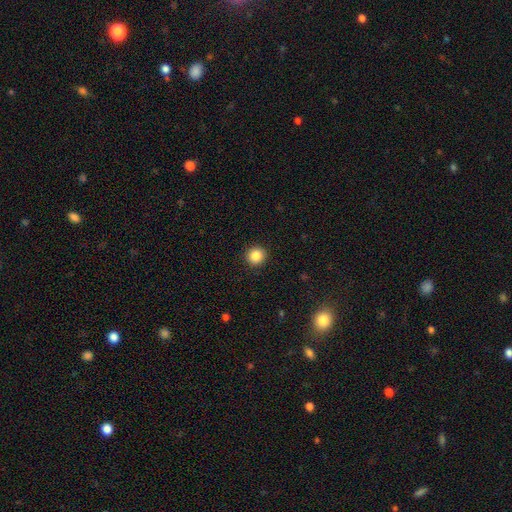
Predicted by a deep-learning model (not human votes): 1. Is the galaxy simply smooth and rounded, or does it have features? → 86% smooth, 10% star or artifact, 4% featured or disk.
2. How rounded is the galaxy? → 92% round, 7% in between, 1% cigar-shaped.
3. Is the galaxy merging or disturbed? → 92% none, 5% minor disturbance, 2% major disturbance, 1% merger.